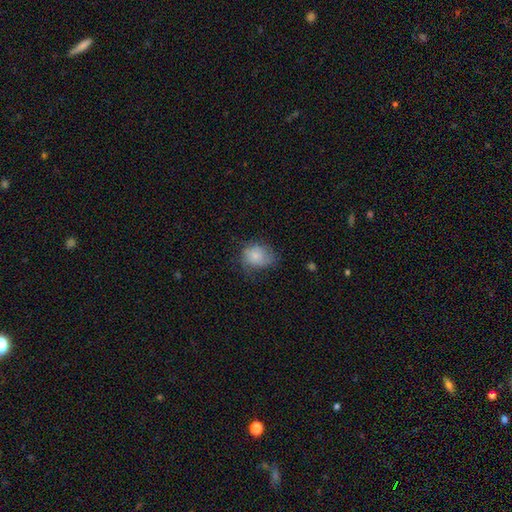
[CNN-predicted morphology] A smooth galaxy with no disk features (66%) that is round (58%). Merging: none (50%).